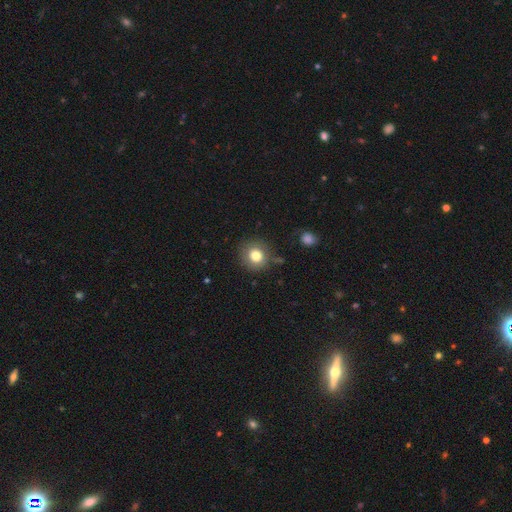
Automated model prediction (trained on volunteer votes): This appears to be a smooth galaxy with no disk features (79%) that is round (84%). Merging: none (82%).